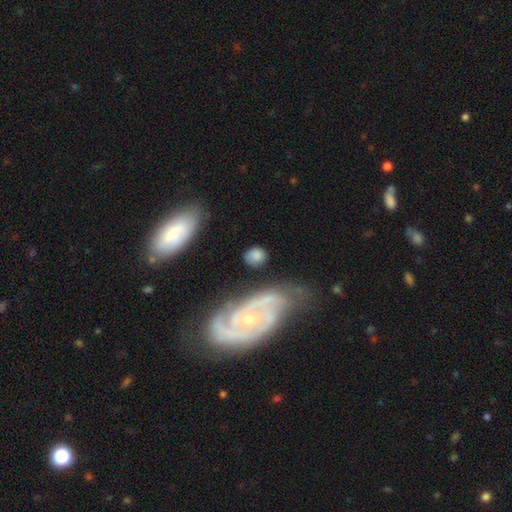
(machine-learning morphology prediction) Q: Smooth or featured?
A: smooth (76%); runner-up: featured or disk (17%)
Q: How rounded?
A: round (64%); runner-up: in between (34%)
Q: Merging?
A: none (71%); runner-up: minor disturbance (16%)